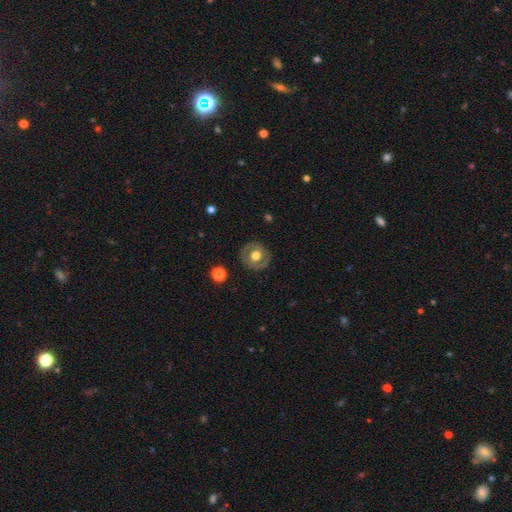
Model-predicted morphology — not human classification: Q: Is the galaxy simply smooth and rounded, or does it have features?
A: smooth — 50%.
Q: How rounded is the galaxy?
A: round — 88%.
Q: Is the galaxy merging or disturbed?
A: none — 86%.